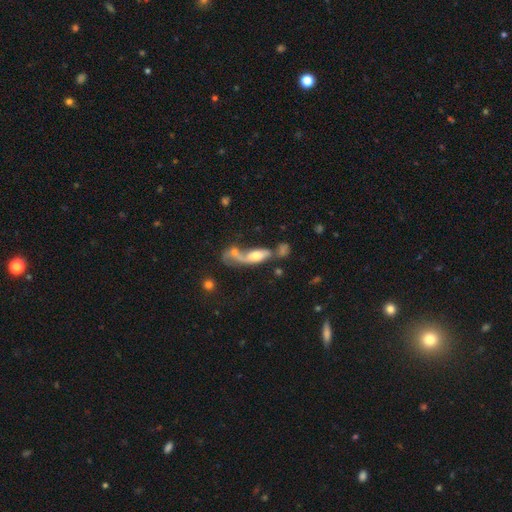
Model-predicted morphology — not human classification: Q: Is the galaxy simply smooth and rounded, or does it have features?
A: featured or disk — 48%.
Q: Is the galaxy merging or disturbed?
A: merger — 54%.